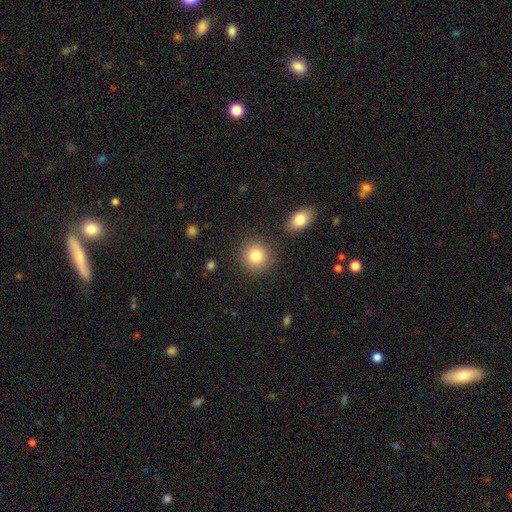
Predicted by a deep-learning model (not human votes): Smooth or featured: smooth — 82% (star or artifact — 10%)
How rounded: round — 89% (in between — 10%)
Merging: none — 86% (minor disturbance — 7%)